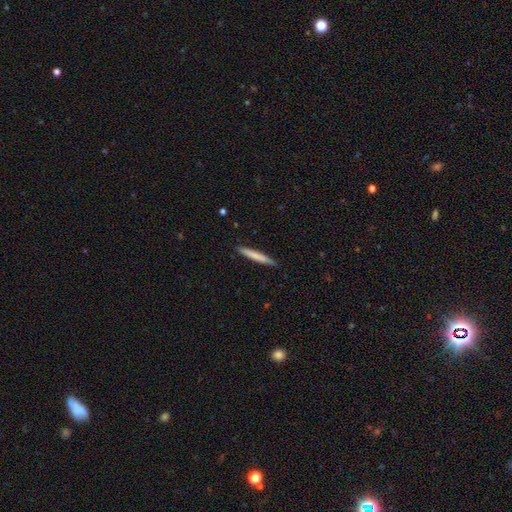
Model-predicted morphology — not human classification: A smooth galaxy with no disk features (73%) that is cigar-shaped (96%).

Vote fractions:
- Smooth or featured? smooth: 73% / featured or disk: 21% / star or artifact: 5%
- How rounded? cigar-shaped: 96% / in between: 3% / round: 1%
- Merging? none: 90% / minor disturbance: 8% / major disturbance: 1% / merger: 1%